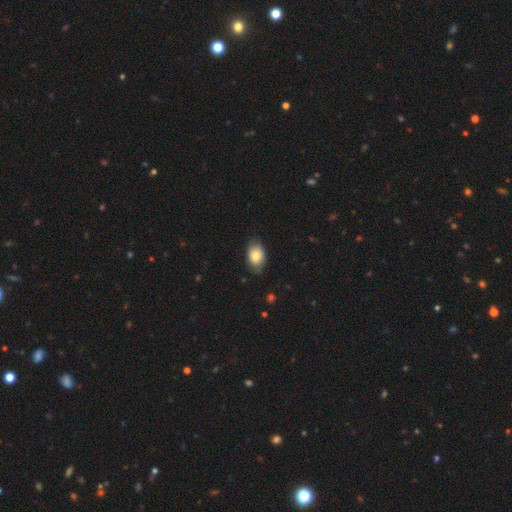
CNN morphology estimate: smooth_or_featured: smooth (p=0.78) [alt: featured or disk p=0.14]
how_rounded: in between (p=0.84) [alt: round p=0.15]
merging: none (p=0.75) [alt: minor disturbance p=0.21]